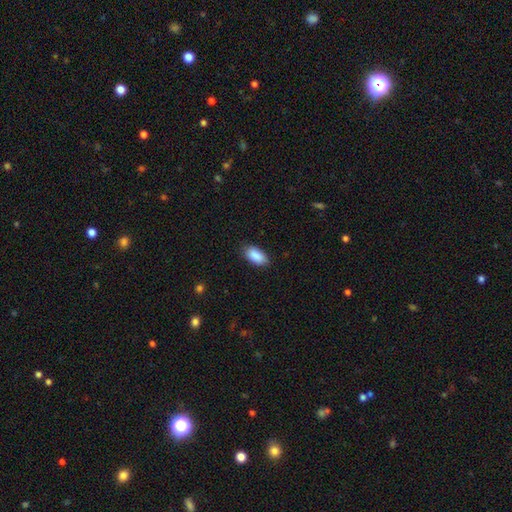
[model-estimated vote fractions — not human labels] Smooth or featured: smooth — 90% (star or artifact — 7%)
How rounded: in between — 92% (cigar-shaped — 5%)
Merging: none — 83% (minor disturbance — 14%)